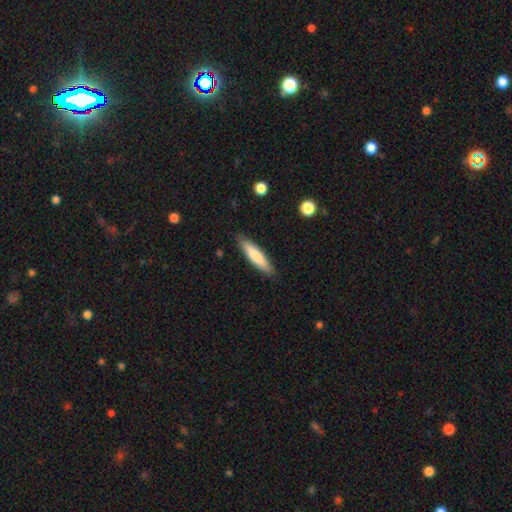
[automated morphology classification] A smooth galaxy with no disk features (77%) that is cigar-shaped (79%). Merging: none (88%).